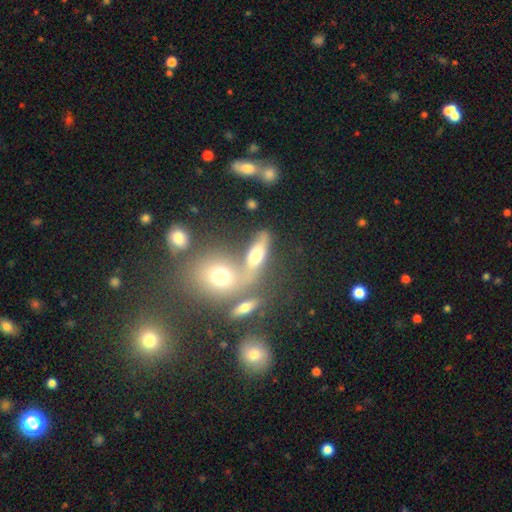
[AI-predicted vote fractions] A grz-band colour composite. It shows a smooth galaxy with no disk features (59%) that is in between round and cigar-shaped (59%). Merging: none (41%, tied with merger).